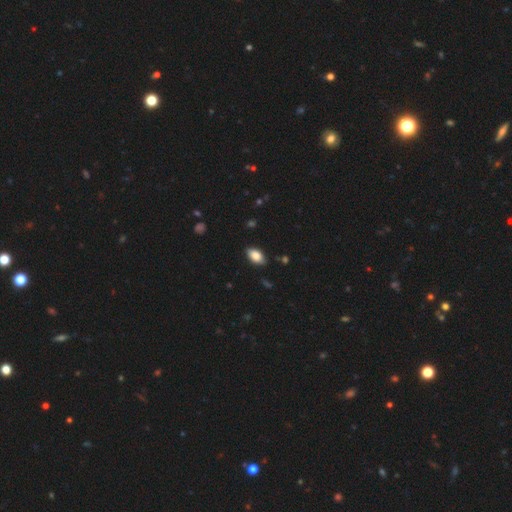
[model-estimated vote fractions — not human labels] Q: Smooth or featured?
A: smooth (84%); runner-up: featured or disk (9%)
Q: How rounded?
A: in between (93%); runner-up: round (5%)
Q: Merging?
A: none (84%); runner-up: minor disturbance (12%)